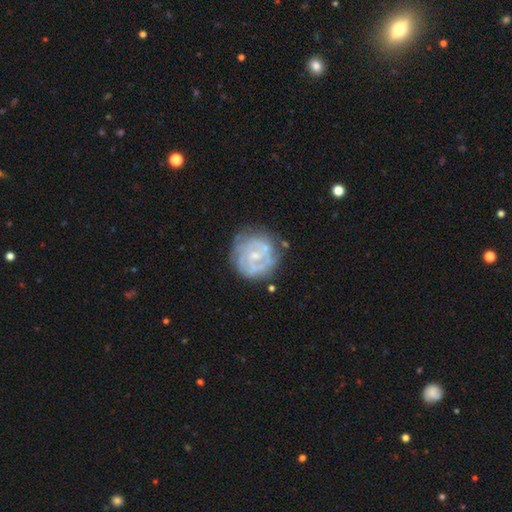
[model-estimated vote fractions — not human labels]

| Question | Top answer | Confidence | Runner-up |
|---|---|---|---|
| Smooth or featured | featured or disk | 78% | smooth (16%) |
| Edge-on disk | no | 98% | yes (2%) |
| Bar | no | 59% | weak (34%) |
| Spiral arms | yes | 75% | no (25%) |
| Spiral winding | tight | 61% | medium (29%) |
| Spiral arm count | can't tell | 41% | 2 (31%) |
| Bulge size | small | 61% | moderate (28%) |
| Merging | none | 69% | minor disturbance (18%) |